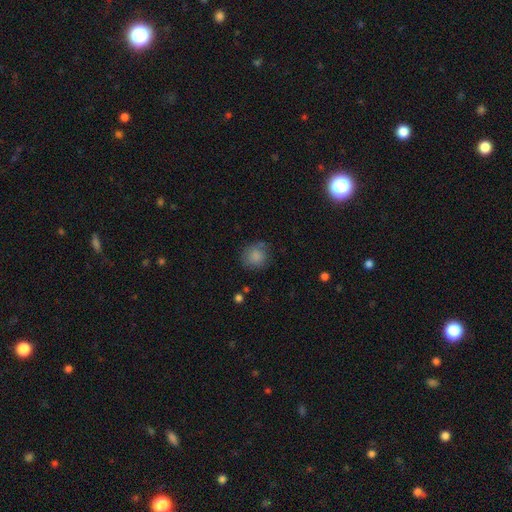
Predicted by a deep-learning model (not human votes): Smooth or featured? smooth (84%)
How rounded? round (87%)
Merging? none (73%)